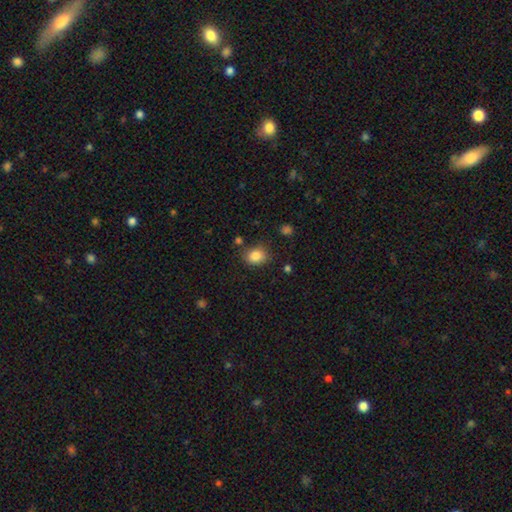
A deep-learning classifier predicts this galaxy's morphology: type=smooth (85%); roundness=round (53%); merging=none (80%).